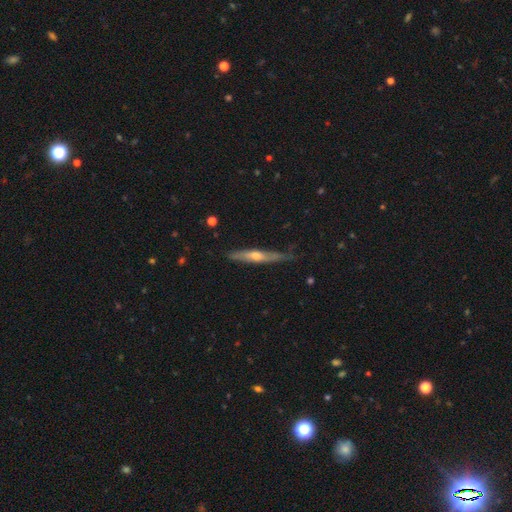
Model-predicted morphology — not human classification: Smooth or featured?
  - featured or disk: 65% *
  - smooth: 28%
  - star or artifact: 6%
Edge-on disk?
  - yes: 93% *
  - no: 7%
Edge-on bulge?
  - rounded: 84% *
  - none: 12%
  - boxy: 4%
Merging?
  - none: 74% *
  - minor disturbance: 21%
  - major disturbance: 3%
  - merger: 2%